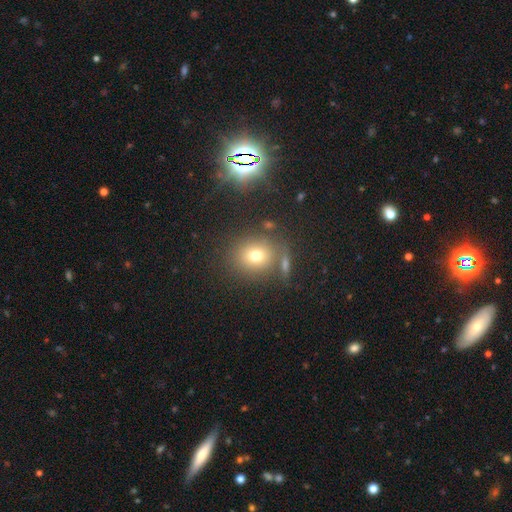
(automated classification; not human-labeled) Smooth or featured: smooth — 73% (star or artifact — 15%)
How rounded: round — 72% (in between — 27%)
Merging: none — 74% (minor disturbance — 11%)